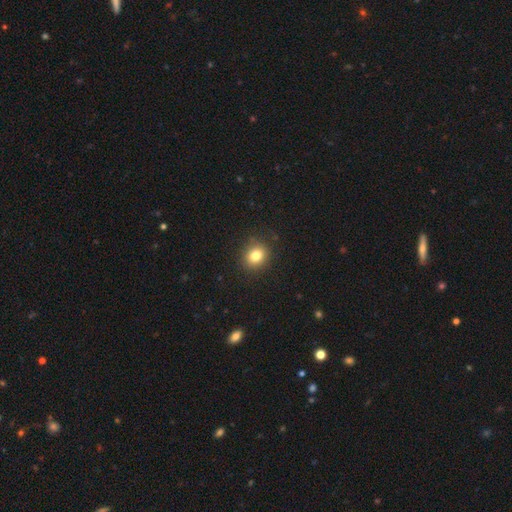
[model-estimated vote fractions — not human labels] A smooth galaxy with no disk features (81%) that is round (72%). Merging: none (89%).